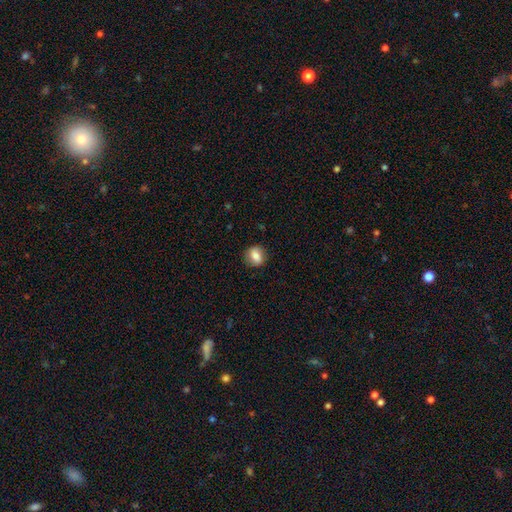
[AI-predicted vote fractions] The model was most divided on "how rounded": round: 60%, in between: 38%, cigar-shaped: 2%. More confident: merging — none (82%); smooth or featured — smooth (77%).